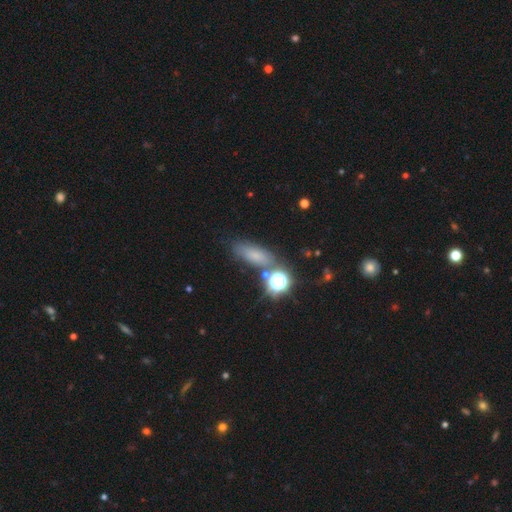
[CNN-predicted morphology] This appears to be a smooth galaxy with no disk features (62%) that is in between round and cigar-shaped (59%). Merging: none (69%).